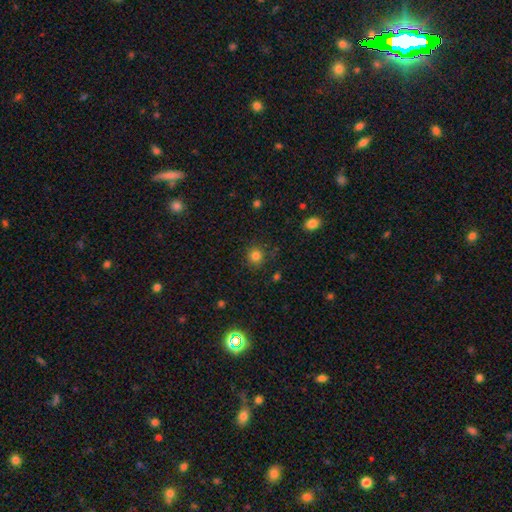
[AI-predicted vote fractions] Smooth or featured?
  - smooth: 82% *
  - star or artifact: 13%
  - featured or disk: 5%
How rounded?
  - round: 91% *
  - in between: 8%
  - cigar-shaped: 1%
Merging?
  - none: 88% *
  - minor disturbance: 8%
  - major disturbance: 3%
  - merger: 2%